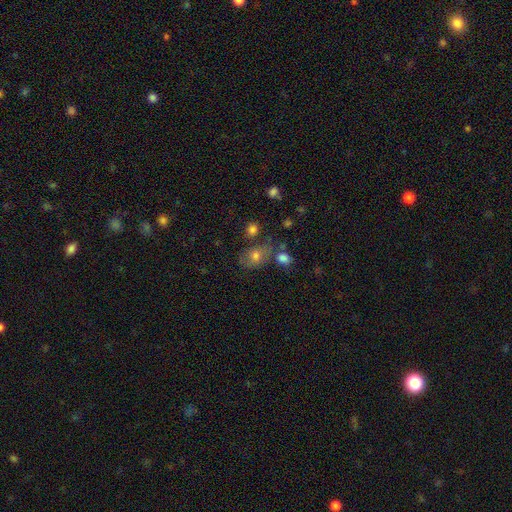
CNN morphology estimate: Smooth or featured?
  - smooth: 71% *
  - featured or disk: 16%
  - star or artifact: 12%
How rounded?
  - in between: 64% *
  - round: 34%
  - cigar-shaped: 1%
Merging?
  - none: 54% *
  - minor disturbance: 21%
  - merger: 16%
  - major disturbance: 9%